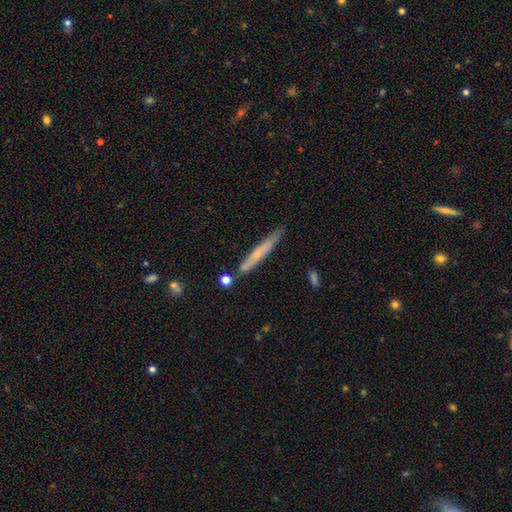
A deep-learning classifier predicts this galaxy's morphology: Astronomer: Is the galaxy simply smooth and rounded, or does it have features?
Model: featured or disk — 47% (runner-up: smooth, 46%).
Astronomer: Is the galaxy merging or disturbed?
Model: none — 73%.